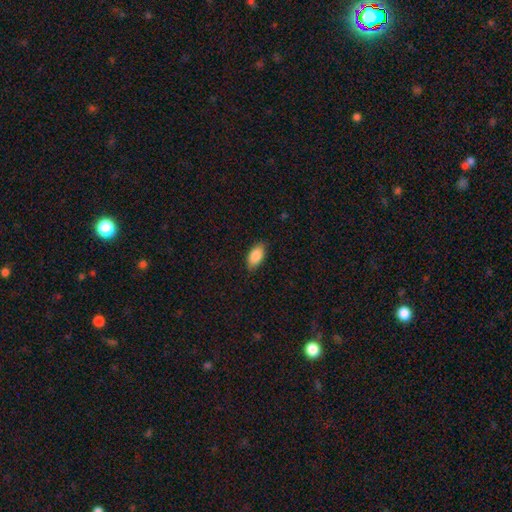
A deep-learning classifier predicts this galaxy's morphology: Smooth or featured: smooth — 86% (featured or disk — 7%)
How rounded: in between — 92% (cigar-shaped — 5%)
Merging: none — 85% (minor disturbance — 12%)